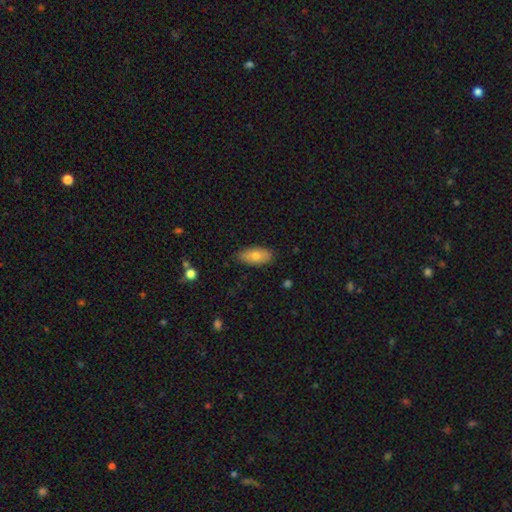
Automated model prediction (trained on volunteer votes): Smooth or featured: smooth — 72% (featured or disk — 20%)
How rounded: in between — 88% (cigar-shaped — 8%)
Merging: none — 84% (minor disturbance — 13%)